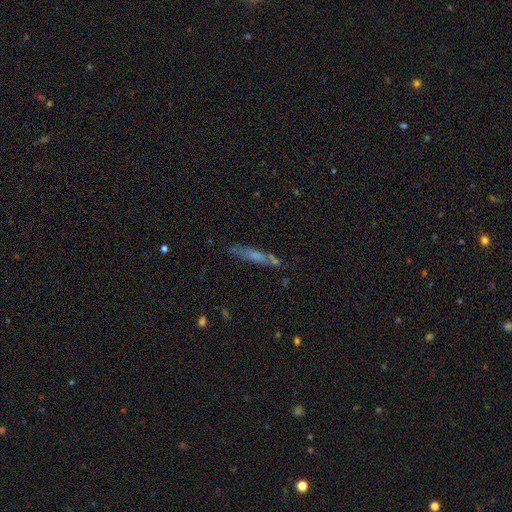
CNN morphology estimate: This appears to be a smooth galaxy with no disk features (51%) that is cigar-shaped (87%). Merging: none (69%).